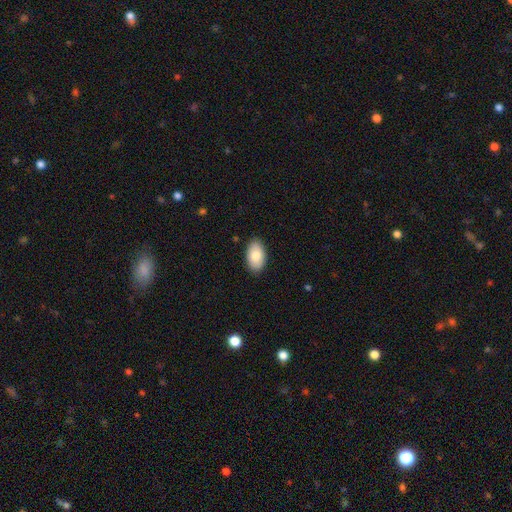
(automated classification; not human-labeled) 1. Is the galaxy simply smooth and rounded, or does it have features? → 82% smooth, 11% featured or disk, 6% star or artifact.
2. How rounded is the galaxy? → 95% in between, 4% round, 1% cigar-shaped.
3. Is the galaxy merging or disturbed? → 88% none, 10% minor disturbance, 2% major disturbance, 1% merger.